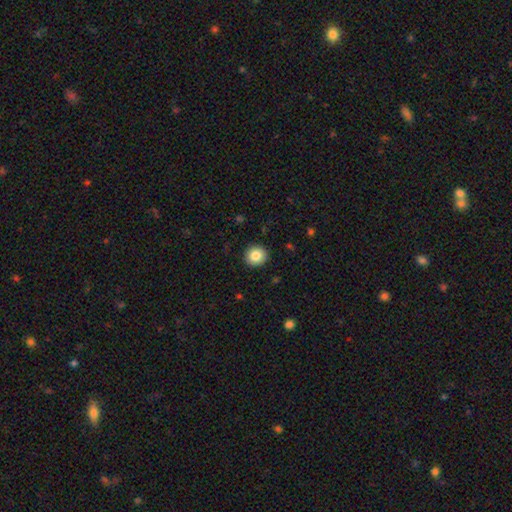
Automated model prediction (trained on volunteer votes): The model was most divided on "smooth or featured": smooth: 84%, star or artifact: 9%, featured or disk: 7%. More confident: merging — none (92%); how rounded — round (90%).